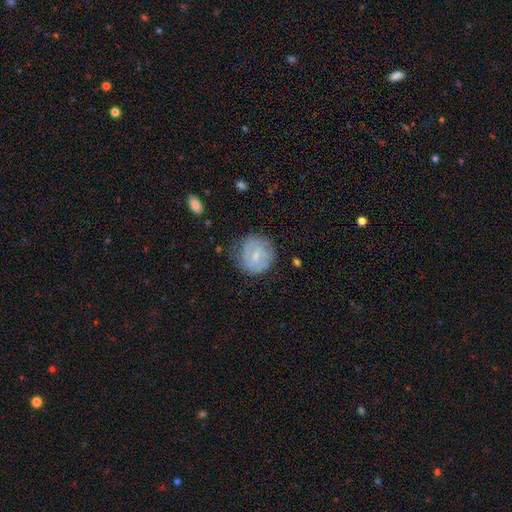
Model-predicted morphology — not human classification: The model was most divided on "smooth or featured": smooth: 51%, featured or disk: 42%, star or artifact: 7%. More confident: how rounded — round (85%); merging — none (68%).